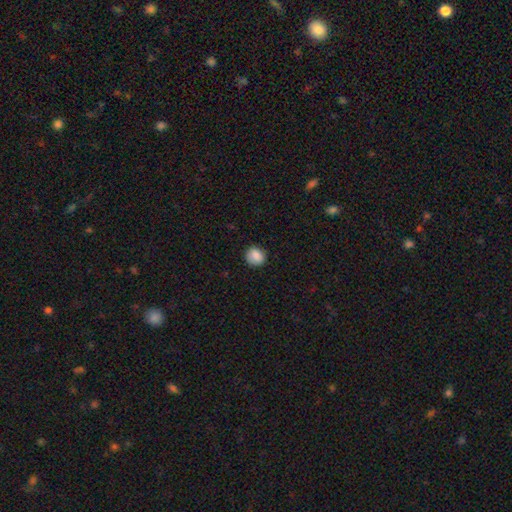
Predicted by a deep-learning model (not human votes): This is clearly a smooth galaxy (87%). How rounded: clearly round (83%). Merging: clearly none (86%).